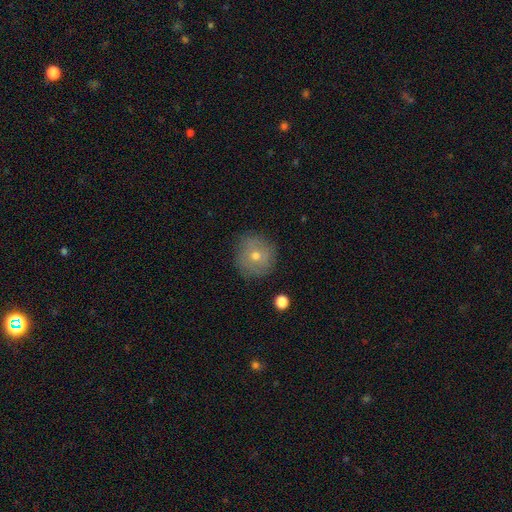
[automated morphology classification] Overall: smooth (61%; featured or disk 26%). How rounded: round (94%). Merging: none (85%).